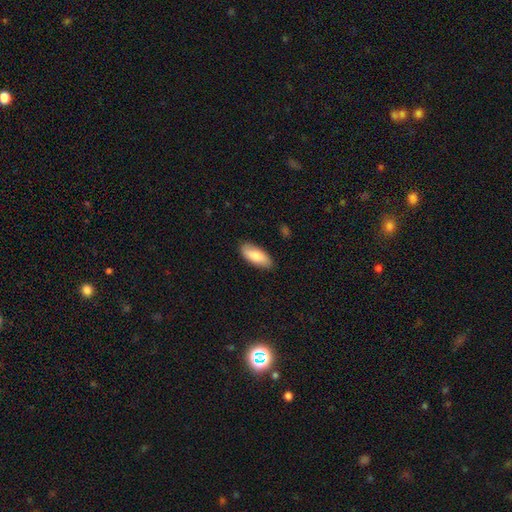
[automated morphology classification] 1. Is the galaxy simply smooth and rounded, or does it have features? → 81% smooth, 13% featured or disk, 6% star or artifact.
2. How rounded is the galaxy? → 83% in between, 15% cigar-shaped, 2% round.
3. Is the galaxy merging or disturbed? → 85% none, 12% minor disturbance, 2% major disturbance, 1% merger.